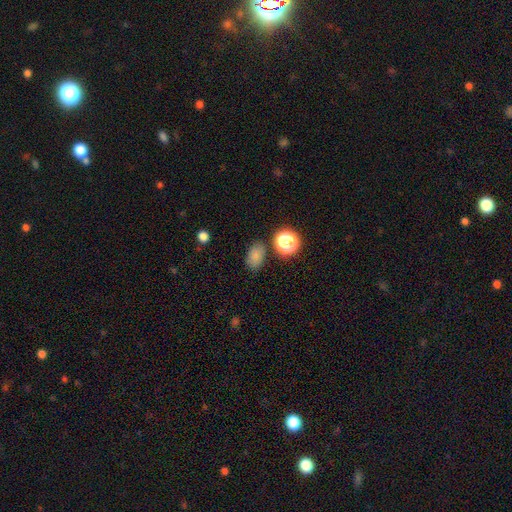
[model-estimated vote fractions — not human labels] Q: Smooth or featured?
A: smooth (80%); runner-up: star or artifact (14%)
Q: How rounded?
A: in between (79%); runner-up: round (19%)
Q: Merging?
A: none (80%); runner-up: minor disturbance (12%)